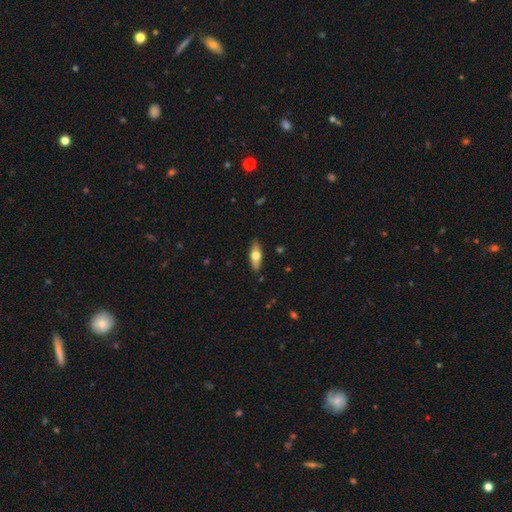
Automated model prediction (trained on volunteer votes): smooth_or_featured: smooth (p=0.57) [alt: featured or disk p=0.37]
how_rounded: in between (p=0.62) [alt: cigar-shaped p=0.35]
merging: none (p=0.87) [alt: minor disturbance p=0.10]